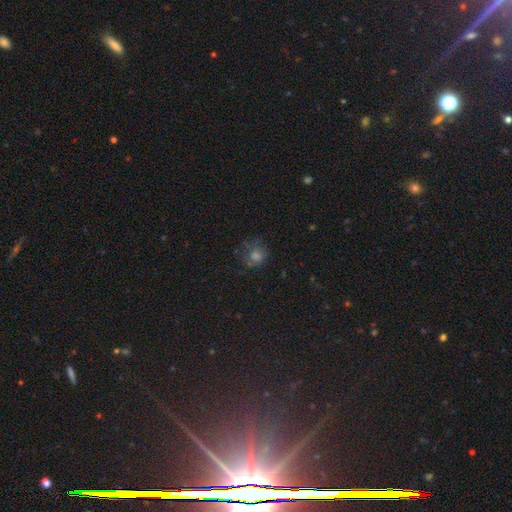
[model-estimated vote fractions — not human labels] Morphology: type=smooth (58%); roundness=round (80%); merging=none (63%).